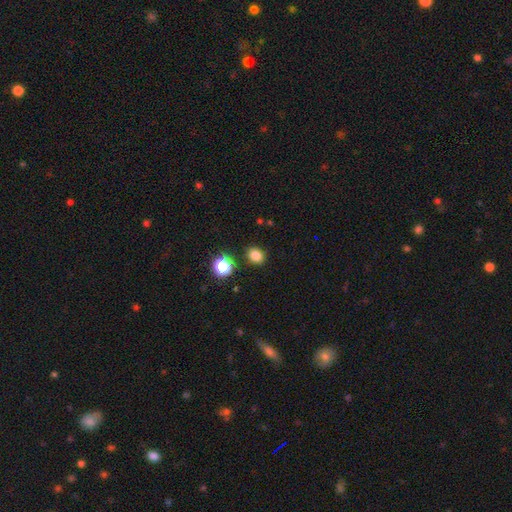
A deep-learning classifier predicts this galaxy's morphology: Overall: smooth (80%). How rounded: round (60%; in between 39%). Merging: none (87%).